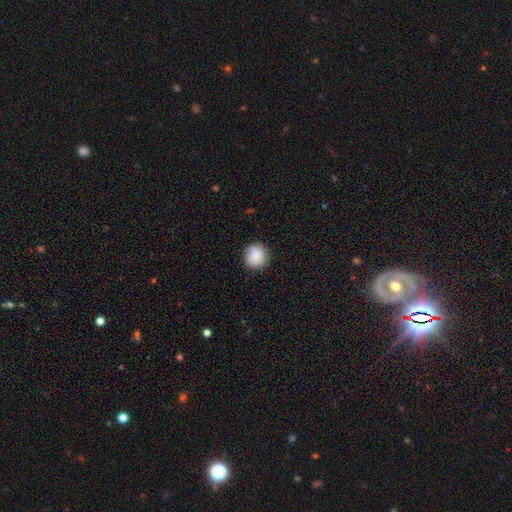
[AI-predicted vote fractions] The model was most divided on "merging": none: 82%, minor disturbance: 14%, major disturbance: 3%, merger: 1%. More confident: how rounded — round (92%); smooth or featured — smooth (83%).